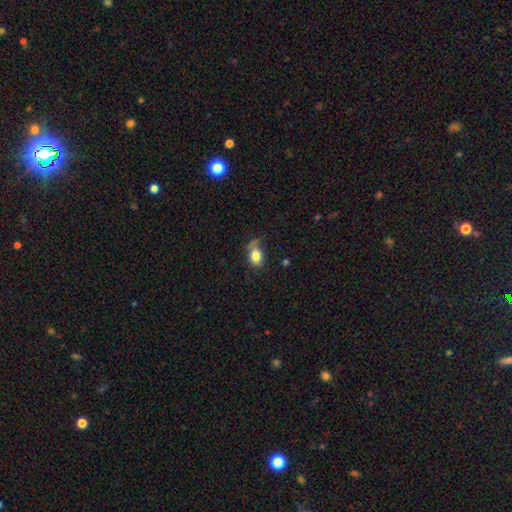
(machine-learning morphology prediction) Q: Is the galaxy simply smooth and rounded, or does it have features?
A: smooth — 80%.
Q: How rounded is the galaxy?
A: in between — 79%.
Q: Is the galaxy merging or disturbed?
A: none — 50%.